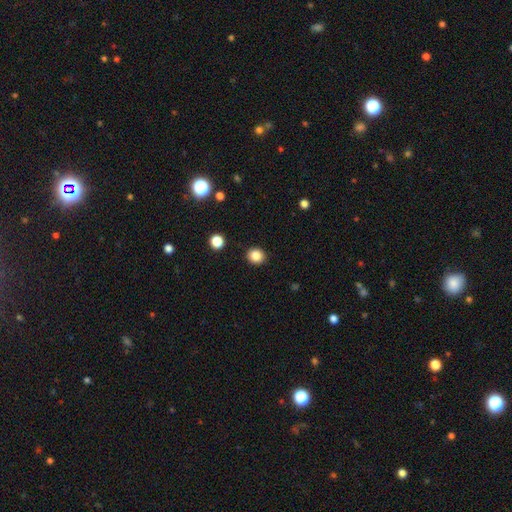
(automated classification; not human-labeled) Morphology: type=smooth (85%); roundness=round (86%); merging=none (92%).